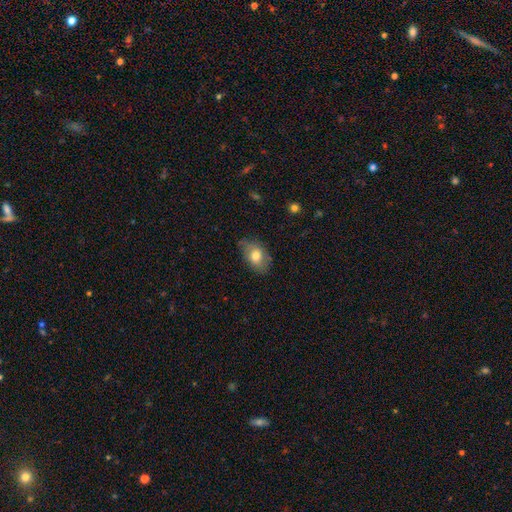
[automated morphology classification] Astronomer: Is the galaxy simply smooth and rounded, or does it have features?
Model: smooth — 75%.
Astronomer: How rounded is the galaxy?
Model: in between — 87%.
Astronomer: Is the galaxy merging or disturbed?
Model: none — 69%.